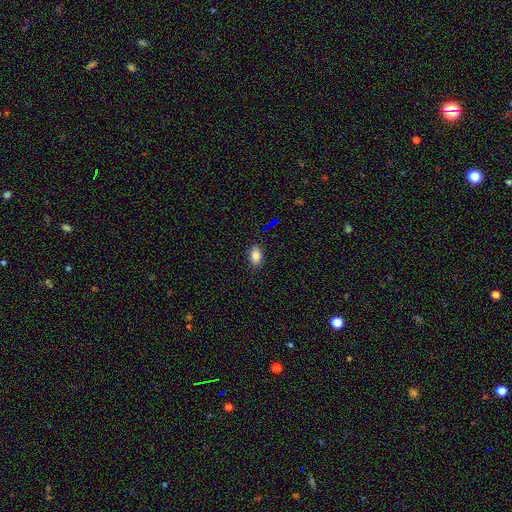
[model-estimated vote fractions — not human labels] Smooth or featured: smooth — 83% (star or artifact — 11%)
How rounded: in between — 87% (round — 11%)
Merging: none — 86% (minor disturbance — 10%)